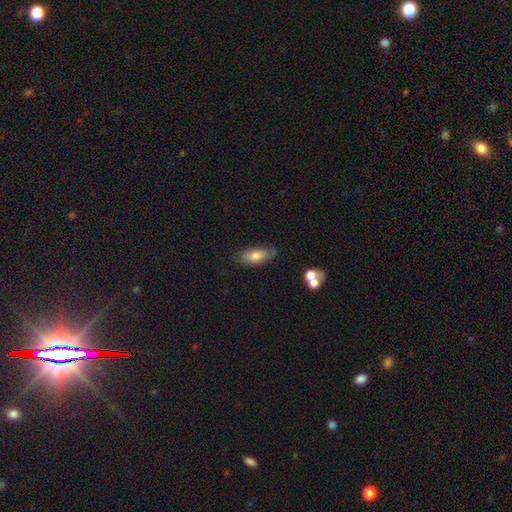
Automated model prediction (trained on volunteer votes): Smooth or featured? Predicted: smooth (p=0.72). How rounded? Predicted: in between (p=0.77). Merging? Predicted: none (p=0.75).